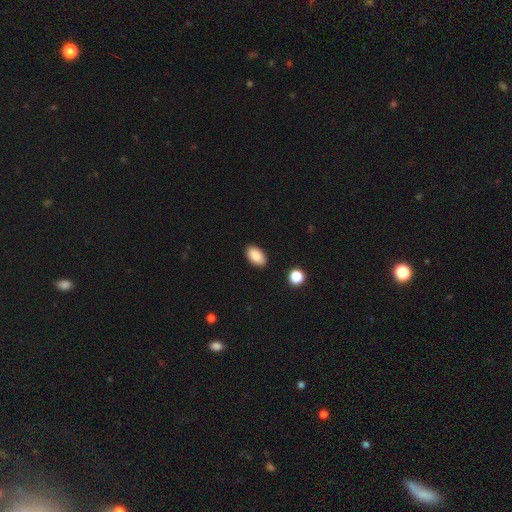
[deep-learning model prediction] smooth-or-featured: smooth: 88% | star or artifact: 7% | featured or disk: 4%
  how-rounded: in between: 94% | round: 5% | cigar-shaped: 1%
  merging: none: 89% | minor disturbance: 8% | major disturbance: 2% | merger: 1%